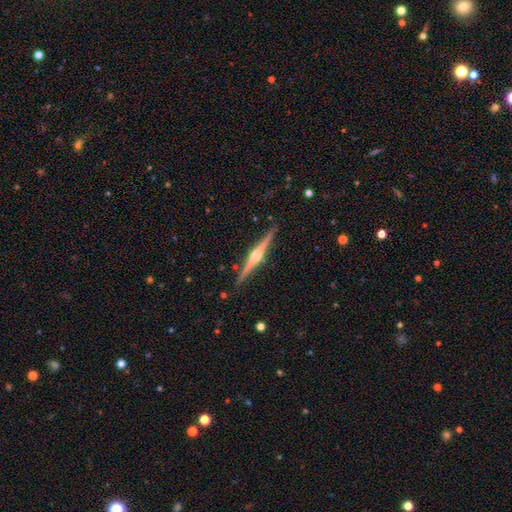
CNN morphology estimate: smooth_or_featured: featured or disk (p=0.84) [alt: smooth p=0.11]
disk_edge_on: yes (p=0.99) [alt: no p=0.01]
edge_on_bulge: rounded (p=0.91) [alt: boxy p=0.06]
merging: none (p=0.90) [alt: minor disturbance p=0.07]